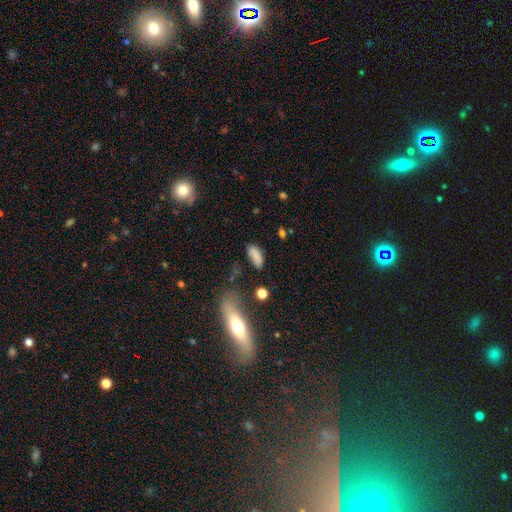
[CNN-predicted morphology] Smooth or featured?
  - smooth: 80% *
  - star or artifact: 10%
  - featured or disk: 10%
How rounded?
  - in between: 83% *
  - cigar-shaped: 13%
  - round: 4%
Merging?
  - none: 65% *
  - minor disturbance: 21%
  - major disturbance: 8%
  - merger: 6%